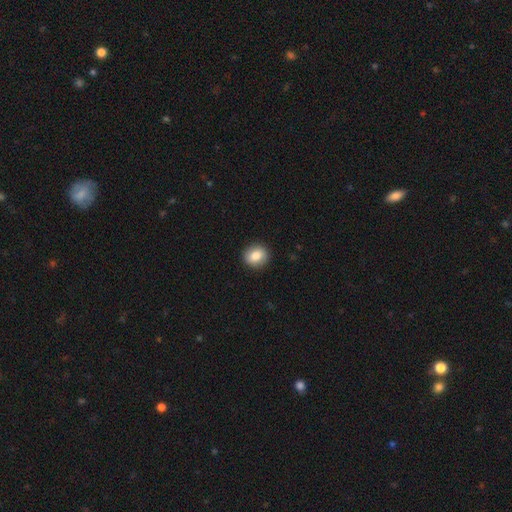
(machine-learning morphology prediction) smooth_or_featured: smooth (p=0.83) [alt: featured or disk p=0.09]
how_rounded: round (p=0.76) [alt: in between p=0.23]
merging: none (p=0.91) [alt: minor disturbance p=0.07]